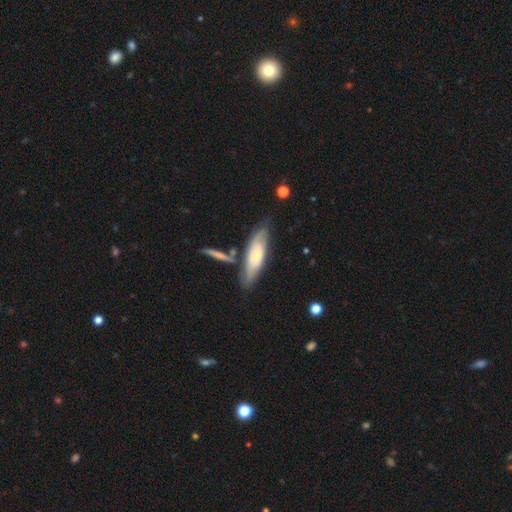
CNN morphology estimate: The model was most divided on "smooth or featured": featured or disk: 48%, smooth: 46%, star or artifact: 6%. More confident: merging — none (62%).